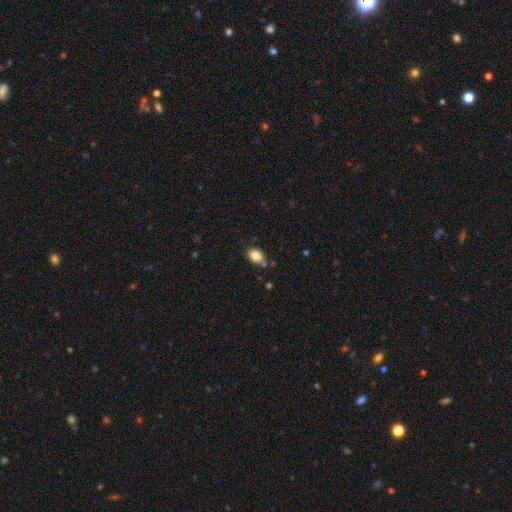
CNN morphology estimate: A smooth galaxy with no disk features (85%) that is in between round and cigar-shaped (82%). Merging: none (77%).